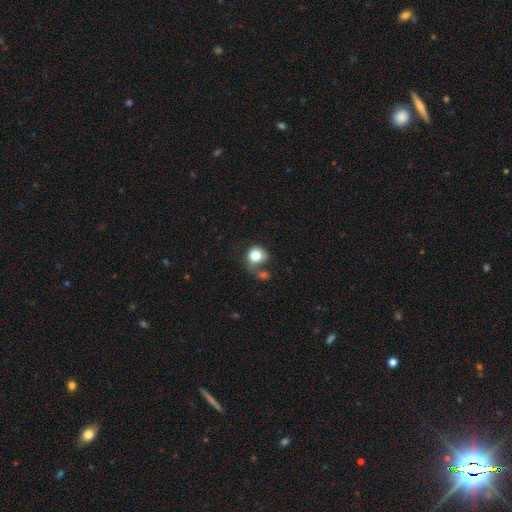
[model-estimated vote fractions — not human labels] A smooth galaxy with no disk features (80%) that is round (73%).

Vote fractions:
- Smooth or featured? smooth: 80% / featured or disk: 12% / star or artifact: 9%
- How rounded? round: 73% / in between: 26% / cigar-shaped: 1%
- Merging? none: 38% / merger: 24% / minor disturbance: 22% / major disturbance: 16%